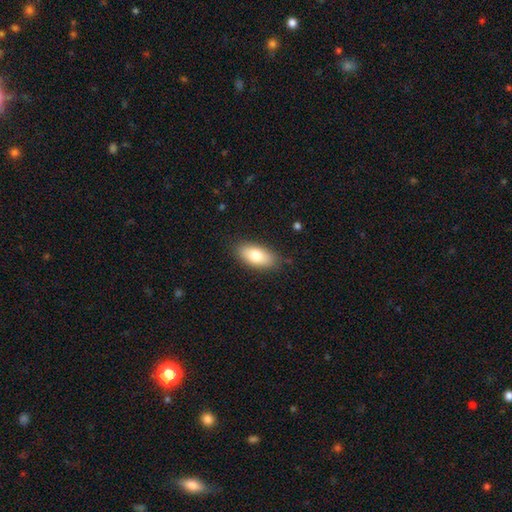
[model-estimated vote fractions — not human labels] Smooth or featured?
  - smooth: 78% *
  - featured or disk: 15%
  - star or artifact: 7%
How rounded?
  - in between: 90% *
  - cigar-shaped: 7%
  - round: 4%
Merging?
  - none: 84% *
  - minor disturbance: 13%
  - major disturbance: 3%
  - merger: 1%